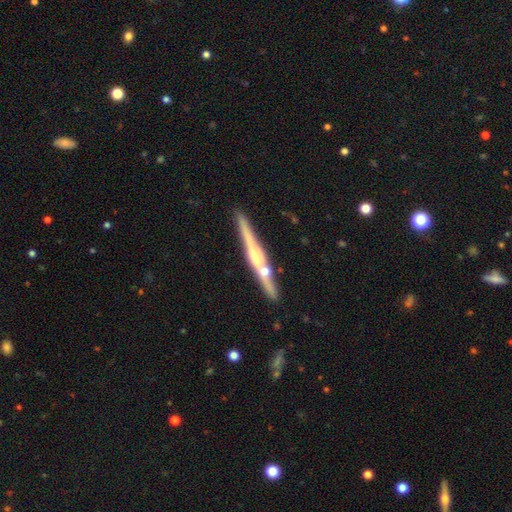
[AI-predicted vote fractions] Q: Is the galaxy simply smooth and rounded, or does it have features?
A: featured or disk — 73%.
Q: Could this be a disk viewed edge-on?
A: yes — 97%.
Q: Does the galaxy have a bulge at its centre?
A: rounded — 72%.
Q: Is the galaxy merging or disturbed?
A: none — 81%.